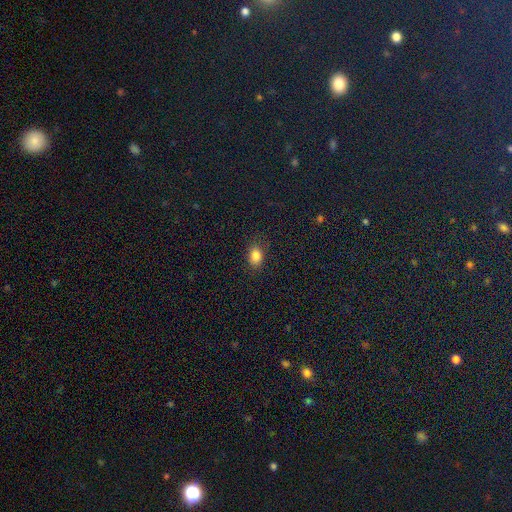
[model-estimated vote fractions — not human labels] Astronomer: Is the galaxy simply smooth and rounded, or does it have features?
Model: smooth — 84%.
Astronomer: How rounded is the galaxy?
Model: in between — 78%.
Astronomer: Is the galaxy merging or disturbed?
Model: none — 86%.